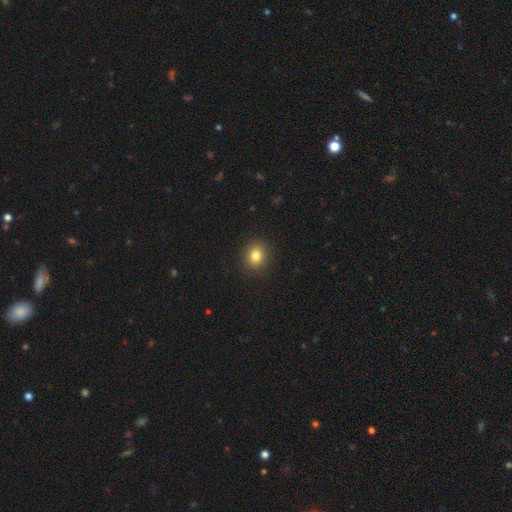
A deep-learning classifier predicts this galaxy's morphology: The model was most divided on "how rounded": round: 76%, in between: 23%, cigar-shaped: 1%. More confident: merging — none (91%); smooth or featured — smooth (82%).